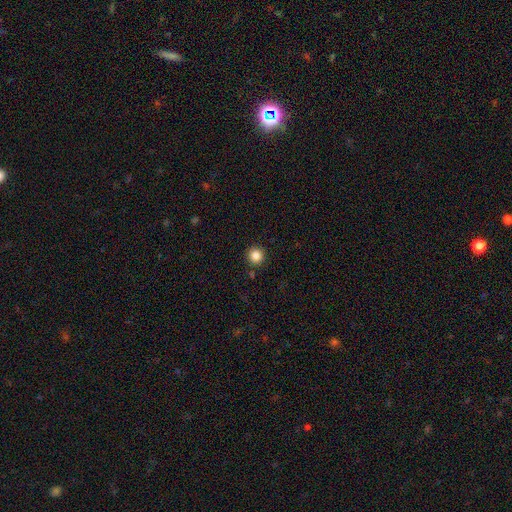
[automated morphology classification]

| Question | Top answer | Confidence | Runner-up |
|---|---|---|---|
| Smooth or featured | smooth | 85% | star or artifact (11%) |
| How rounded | round | 95% | in between (4%) |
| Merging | none | 90% | minor disturbance (6%) |